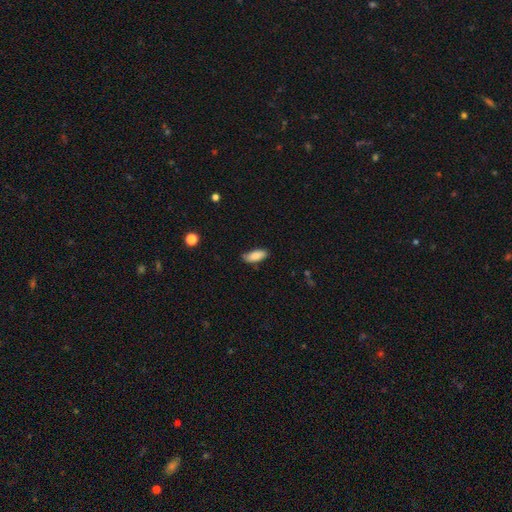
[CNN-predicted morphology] Overall: smooth (86%). How rounded: in between (80%). Merging: none (75%).